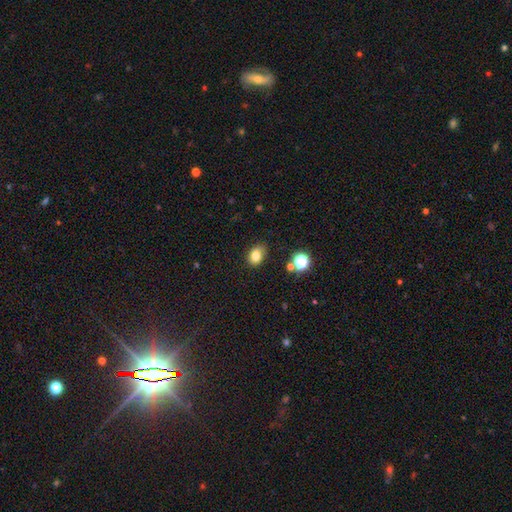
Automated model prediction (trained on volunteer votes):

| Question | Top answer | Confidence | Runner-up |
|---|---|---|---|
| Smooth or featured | smooth | 81% | star or artifact (13%) |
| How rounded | in between | 69% | round (30%) |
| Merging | none | 75% | minor disturbance (18%) |